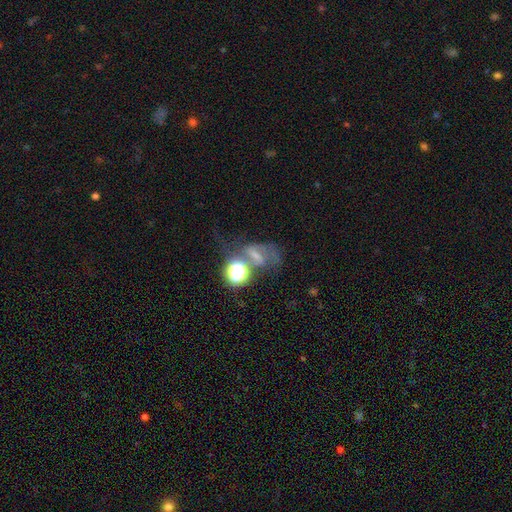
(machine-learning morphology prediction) Smooth or featured? smooth (42%)
Merging? none (31%)